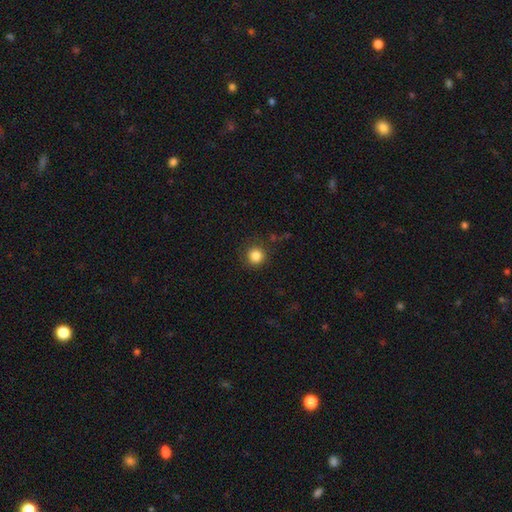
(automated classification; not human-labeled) Overall: smooth (85%). How rounded: round (94%). Merging: none (86%).